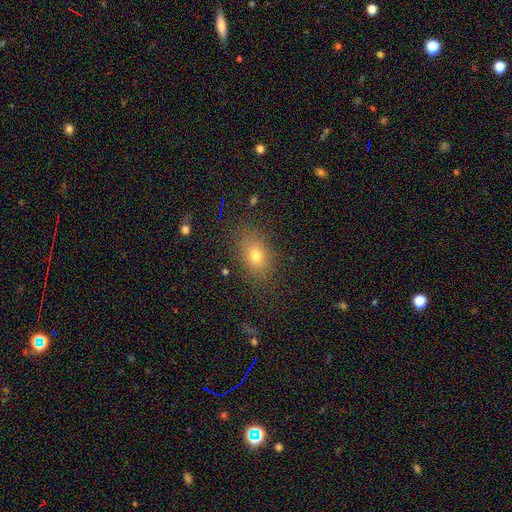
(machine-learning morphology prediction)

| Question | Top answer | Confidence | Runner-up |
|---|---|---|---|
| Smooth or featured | smooth | 75% | star or artifact (14%) |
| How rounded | in between | 74% | round (24%) |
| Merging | none | 84% | minor disturbance (11%) |